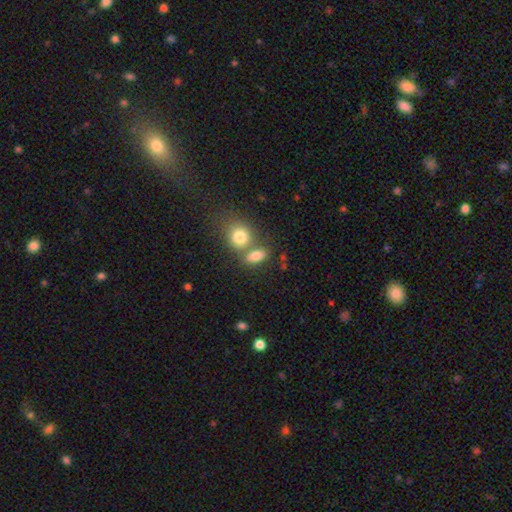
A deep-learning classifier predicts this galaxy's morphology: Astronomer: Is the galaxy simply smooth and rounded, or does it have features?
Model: smooth — 82%.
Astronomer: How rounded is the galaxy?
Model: in between — 76%.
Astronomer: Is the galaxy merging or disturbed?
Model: none — 48% (runner-up: merger, 37%).